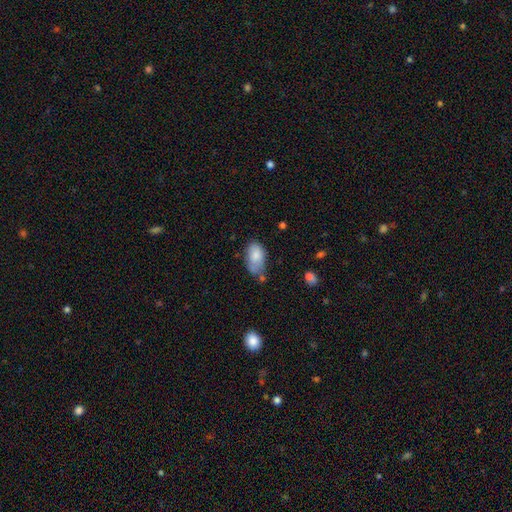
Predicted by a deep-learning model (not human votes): This is clearly a smooth galaxy (80%). How rounded: clearly in between (93%). Merging: marginally none (41%).